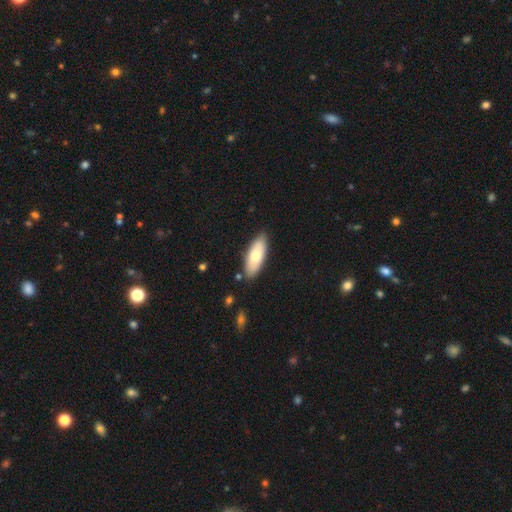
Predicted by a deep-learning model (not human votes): A smooth galaxy with no disk features (69%) that is in between round and cigar-shaped (77%). Merging: none (84%).